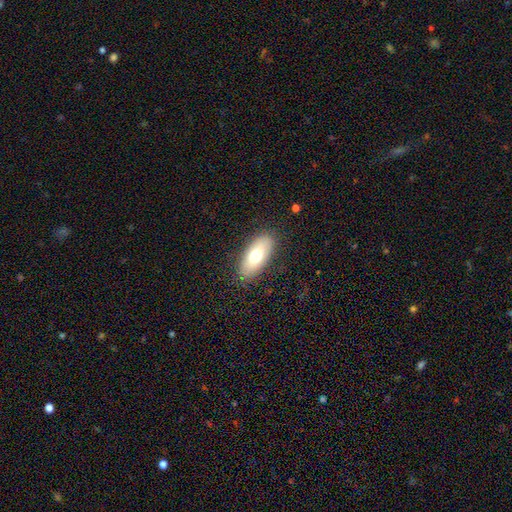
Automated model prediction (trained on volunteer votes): Smooth or featured?
  - smooth: 70% *
  - featured or disk: 23%
  - star or artifact: 7%
How rounded?
  - in between: 84% *
  - cigar-shaped: 13%
  - round: 3%
Merging?
  - none: 86% *
  - minor disturbance: 10%
  - major disturbance: 3%
  - merger: 1%